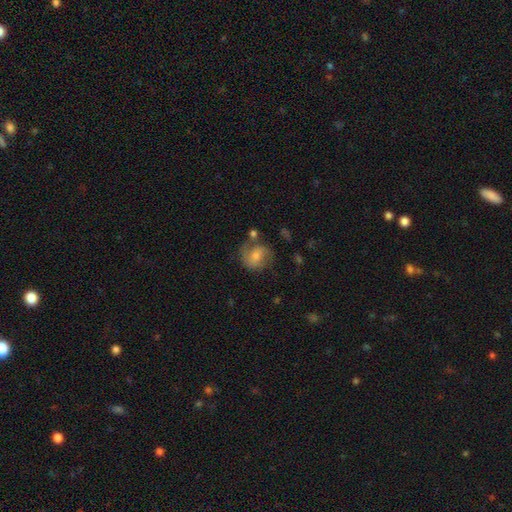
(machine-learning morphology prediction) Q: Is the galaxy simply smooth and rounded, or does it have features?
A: featured or disk — 45%, tied with smooth.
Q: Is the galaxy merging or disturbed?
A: none — 58%.